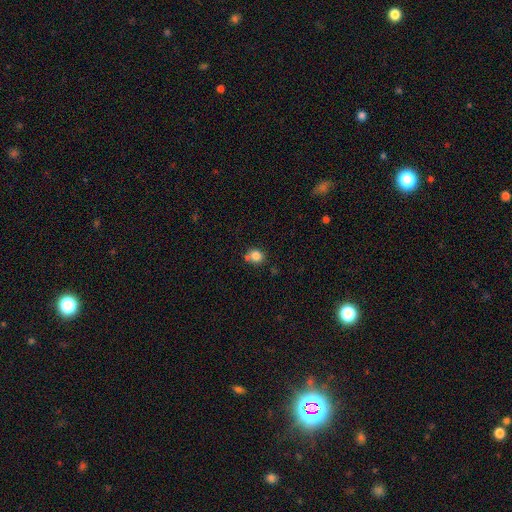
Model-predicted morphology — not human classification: The model was most divided on "merging": none: 64%, merger: 19%, minor disturbance: 13%, major disturbance: 4%. More confident: smooth or featured — smooth (82%); how rounded — round (79%).